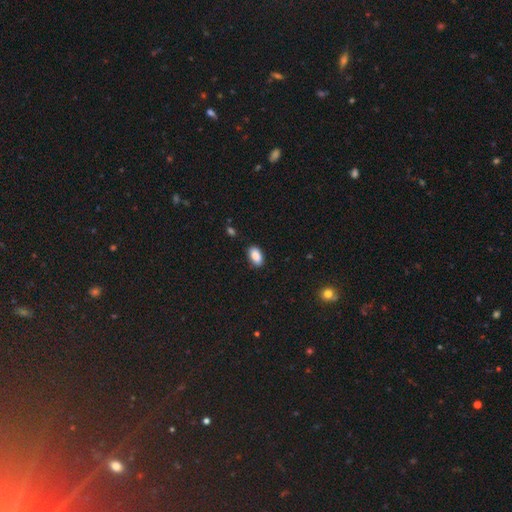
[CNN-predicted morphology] Smooth or featured: smooth — 87% (star or artifact — 8%)
How rounded: in between — 92% (round — 5%)
Merging: none — 85% (minor disturbance — 11%)